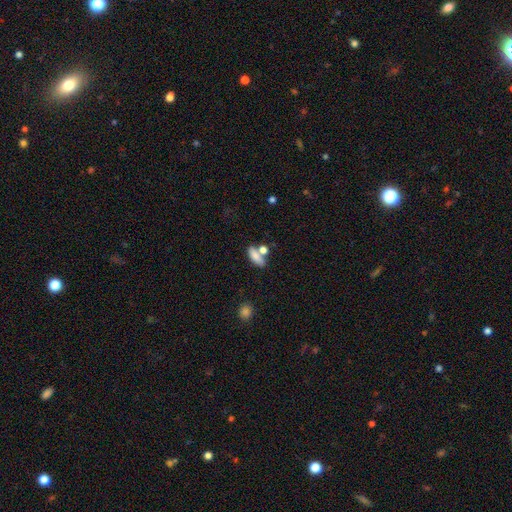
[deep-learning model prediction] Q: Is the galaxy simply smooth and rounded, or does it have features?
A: smooth — 78%.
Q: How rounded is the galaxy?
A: in between — 69%.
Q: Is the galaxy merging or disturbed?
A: none — 50%.